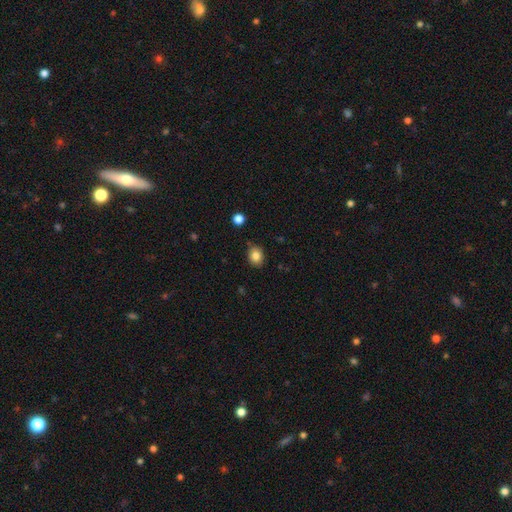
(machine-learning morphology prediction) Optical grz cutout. It shows a smooth galaxy with no disk features (83%) that is round (51%). Merging: none (83%).